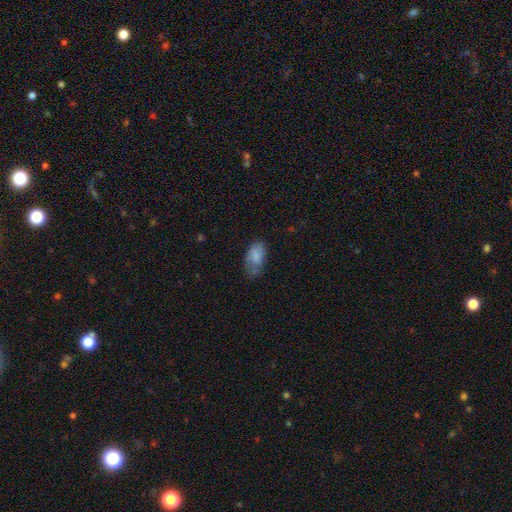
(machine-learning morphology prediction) The model was most divided on "merging": none: 47%, minor disturbance: 36%, major disturbance: 14%, merger: 3%. More confident: how rounded — in between (93%); smooth or featured — smooth (79%).